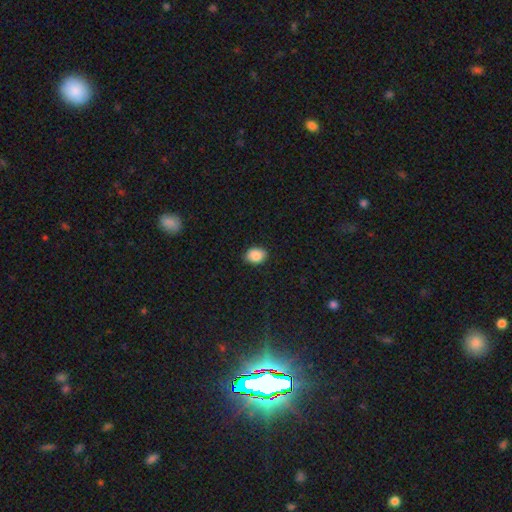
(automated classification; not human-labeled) Smooth or featured: smooth — 88% (star or artifact — 8%)
How rounded: in between — 76% (round — 23%)
Merging: none — 86% (minor disturbance — 11%)